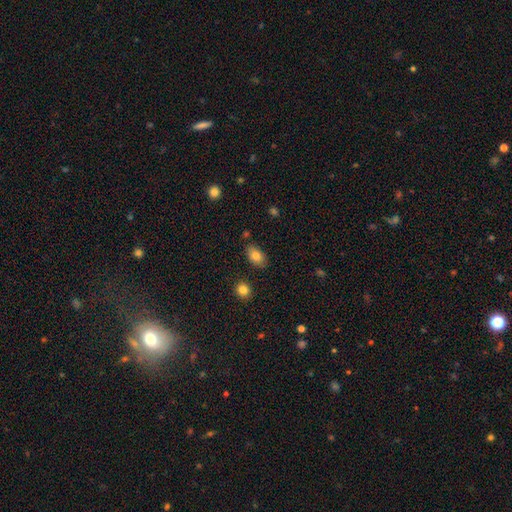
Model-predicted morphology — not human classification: A smooth galaxy with no disk features (83%) that is in between round and cigar-shaped (89%). Merging: none (82%).